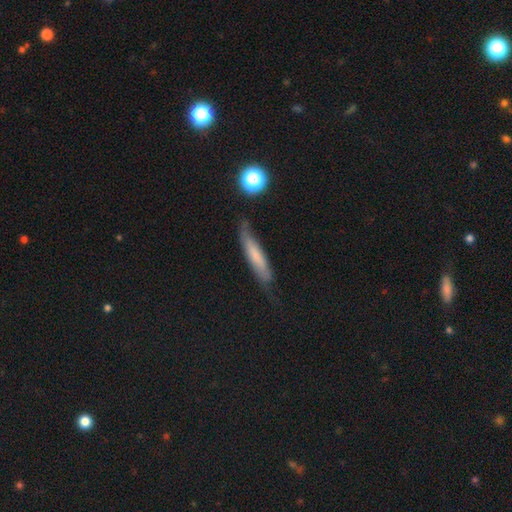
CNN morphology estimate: smooth-or-featured: smooth: 63% | featured or disk: 28% | star or artifact: 9%
  how-rounded: cigar-shaped: 85% | in between: 13% | round: 2%
  merging: none: 67% | minor disturbance: 23% | major disturbance: 7% | merger: 2%